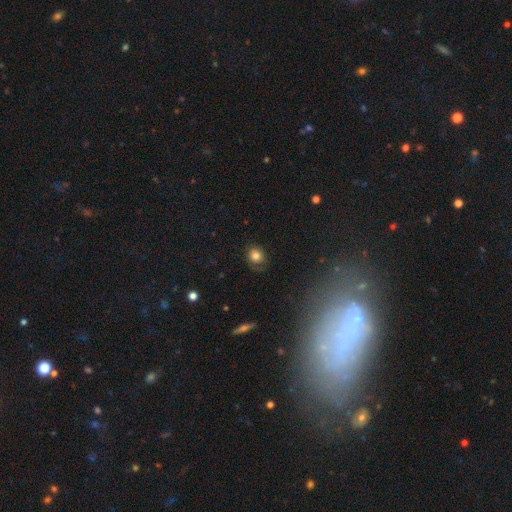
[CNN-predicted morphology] smooth-or-featured: smooth: 77% | featured or disk: 11% | star or artifact: 11%
  how-rounded: round: 75% | in between: 24% | cigar-shaped: 1%
  merging: none: 72% | minor disturbance: 19% | major disturbance: 7% | merger: 1%